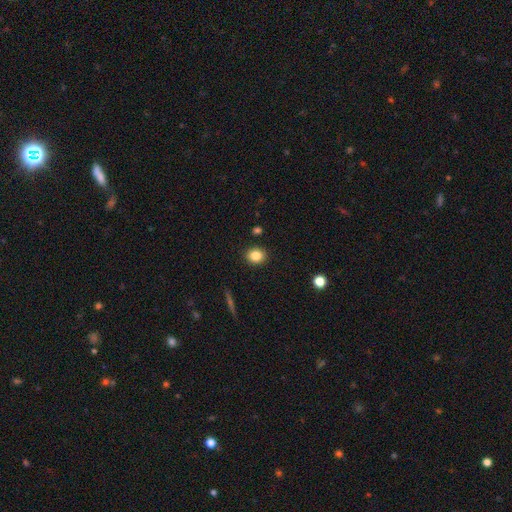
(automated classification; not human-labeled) The model was most divided on "how rounded": round: 72%, in between: 27%, cigar-shaped: 1%. More confident: merging — none (90%); smooth or featured — smooth (84%).